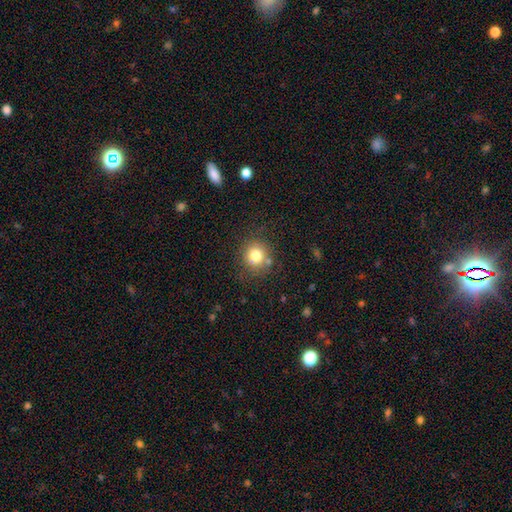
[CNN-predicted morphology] smooth 79%, star or artifact 12%, featured or disk 9%. Down the decision tree: how rounded — round (88%); merging — none (79%).